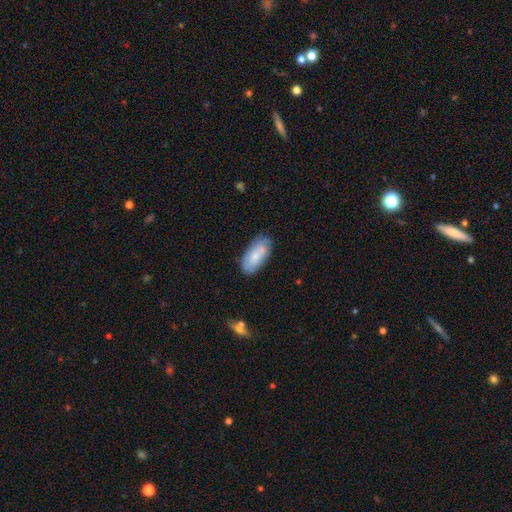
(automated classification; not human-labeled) smooth_or_featured: smooth (p=0.70) [alt: featured or disk p=0.23]
how_rounded: in between (p=0.90) [alt: cigar-shaped p=0.08]
merging: none (p=0.71) [alt: minor disturbance p=0.21]